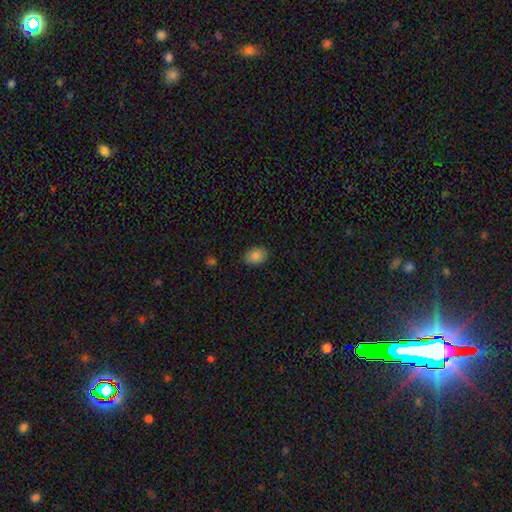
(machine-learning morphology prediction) Smooth or featured: smooth — 85% (star or artifact — 9%)
How rounded: in between — 66% (round — 34%)
Merging: none — 86% (minor disturbance — 11%)